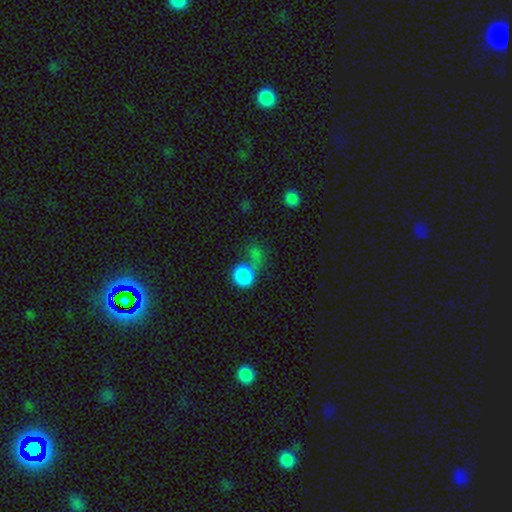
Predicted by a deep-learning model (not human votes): smooth_or_featured: smooth (p=0.80) [alt: star or artifact p=0.12]
how_rounded: round (p=0.69) [alt: in between p=0.29]
merging: none (p=0.32) [alt: major disturbance p=0.28]